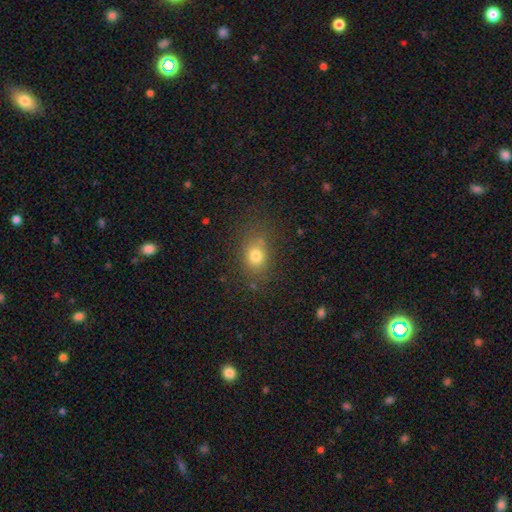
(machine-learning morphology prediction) This is likely a smooth galaxy (77%). How rounded: possibly in between (56%). Merging: likely none (74%).